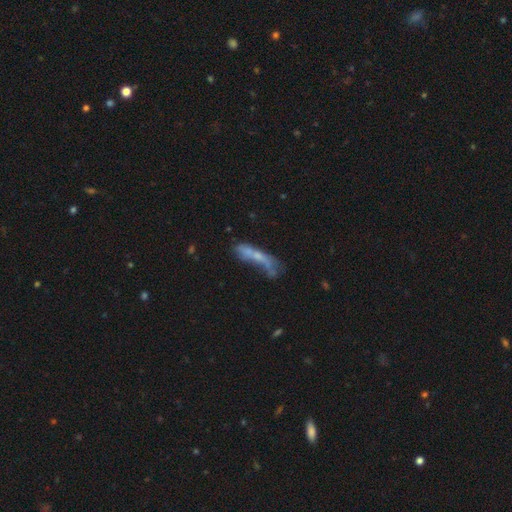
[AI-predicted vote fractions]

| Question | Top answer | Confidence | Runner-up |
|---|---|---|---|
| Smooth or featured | smooth | 47% | featured or disk (41%) |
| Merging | none | 30% | major disturbance (25%) |